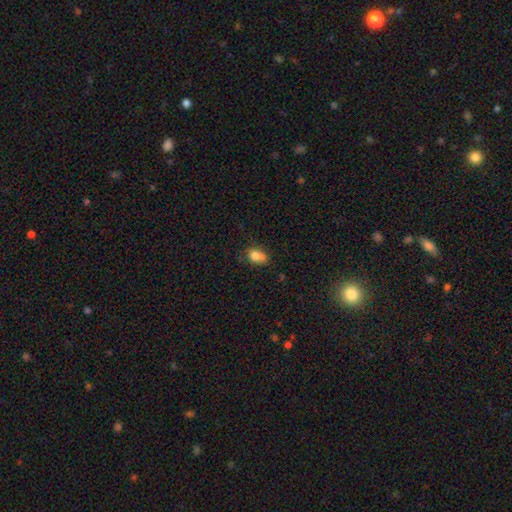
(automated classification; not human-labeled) smooth 77%, featured or disk 12%, star or artifact 11%. Down the decision tree: how rounded — in between (66%); merging — none (47%).